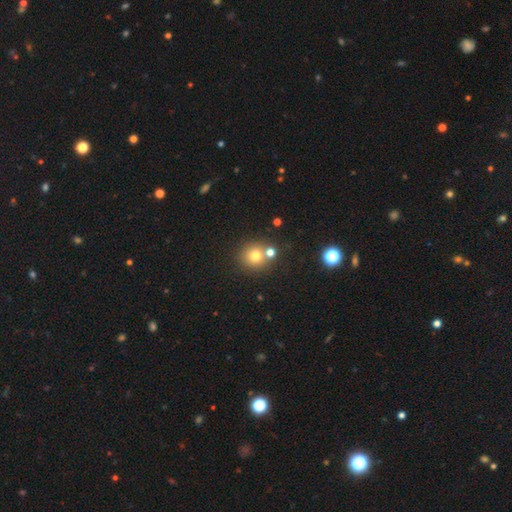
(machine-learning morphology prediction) A smooth galaxy with no disk features (75%) that is round (90%). Merging: none (69%).